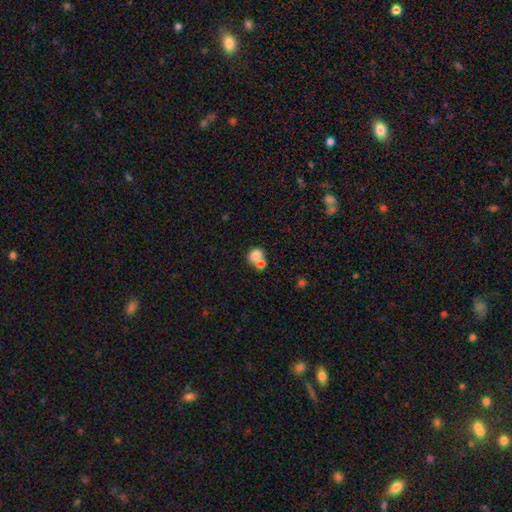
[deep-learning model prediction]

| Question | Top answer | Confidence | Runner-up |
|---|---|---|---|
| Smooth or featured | smooth | 78% | featured or disk (11%) |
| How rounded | round | 59% | in between (40%) |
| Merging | merger | 46% | none (40%) |